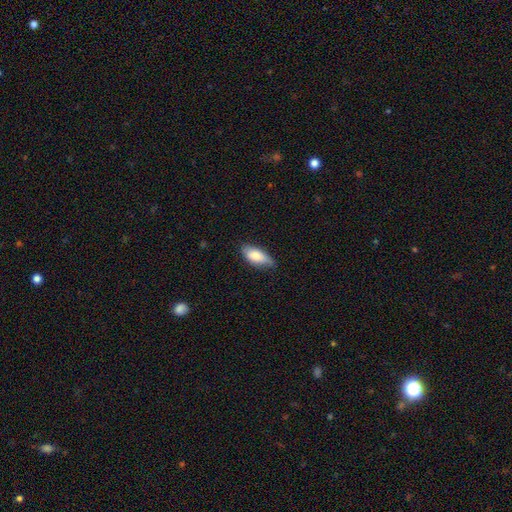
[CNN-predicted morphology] This appears to be a smooth galaxy with no disk features (81%) that is in between round and cigar-shaped (86%). Merging: none (65%).